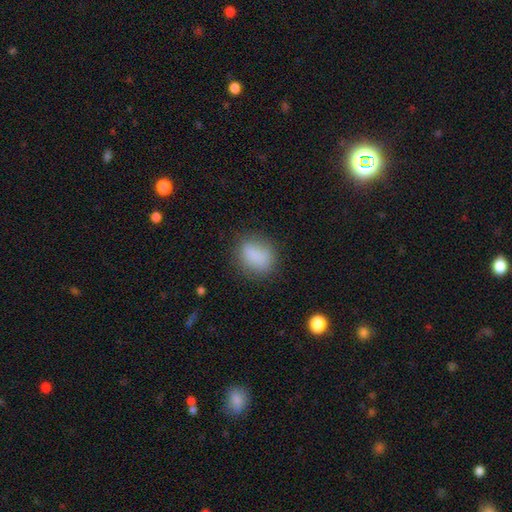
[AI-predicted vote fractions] smooth 84%, star or artifact 9%, featured or disk 7%. Down the decision tree: how rounded — in between (59%); merging — none (78%).